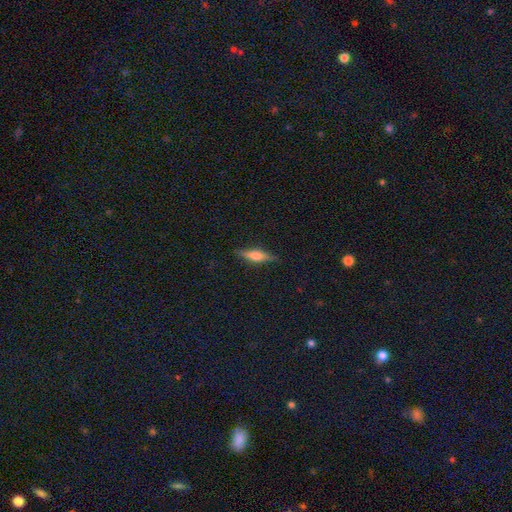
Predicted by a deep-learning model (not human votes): A featured or disk galaxy (51%) viewed edge-on (94%). Merging: none (86%).